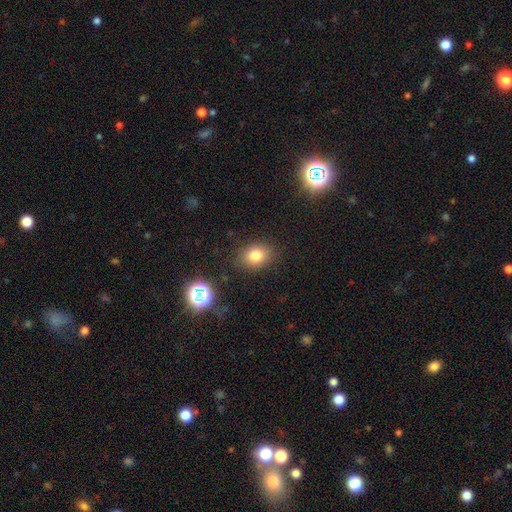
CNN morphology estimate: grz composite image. It shows a smooth galaxy with no disk features (78%) that is in between round and cigar-shaped (50%). Merging: none (84%).